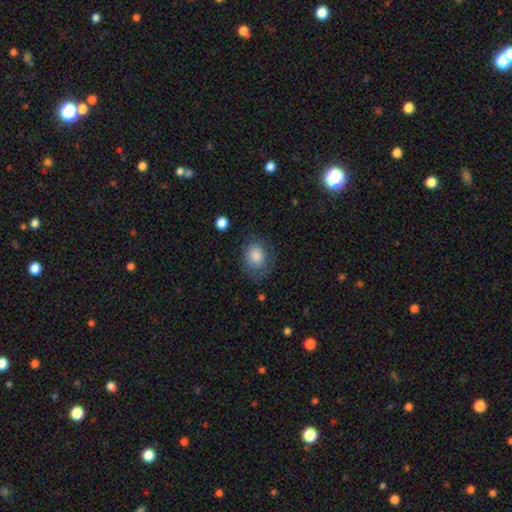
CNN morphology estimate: Smooth or featured?
  - smooth: 77% *
  - featured or disk: 14%
  - star or artifact: 9%
How rounded?
  - in between: 56% *
  - round: 43%
  - cigar-shaped: 1%
Merging?
  - none: 63% *
  - minor disturbance: 24%
  - major disturbance: 12%
  - merger: 1%